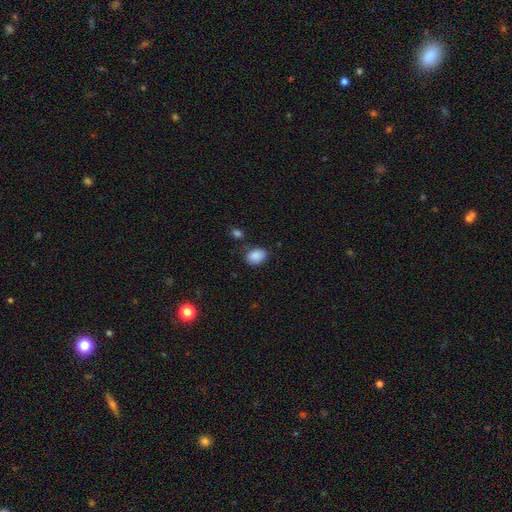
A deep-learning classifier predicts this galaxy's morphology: Overall: smooth (88%). How rounded: in between (70%). Merging: none (75%).